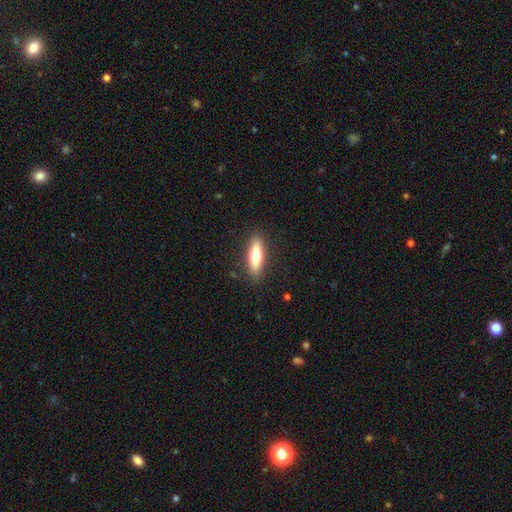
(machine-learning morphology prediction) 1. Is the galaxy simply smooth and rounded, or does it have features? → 64% smooth, 29% featured or disk, 6% star or artifact.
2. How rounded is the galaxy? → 59% cigar-shaped, 39% in between, 2% round.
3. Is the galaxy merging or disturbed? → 88% none, 9% minor disturbance, 2% major disturbance, 1% merger.